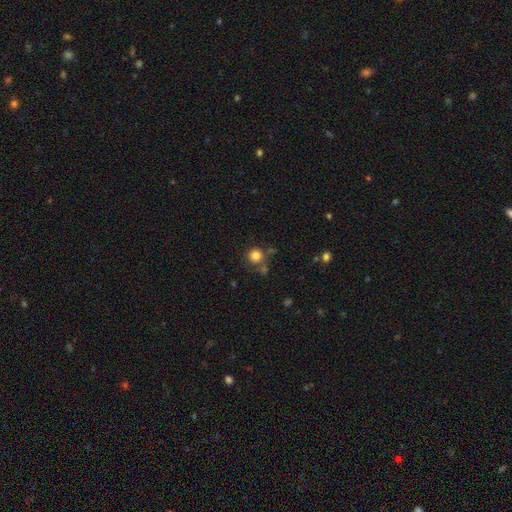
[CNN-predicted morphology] smooth 82%, star or artifact 12%, featured or disk 6%. Down the decision tree: how rounded — round (93%); merging — none (72%).